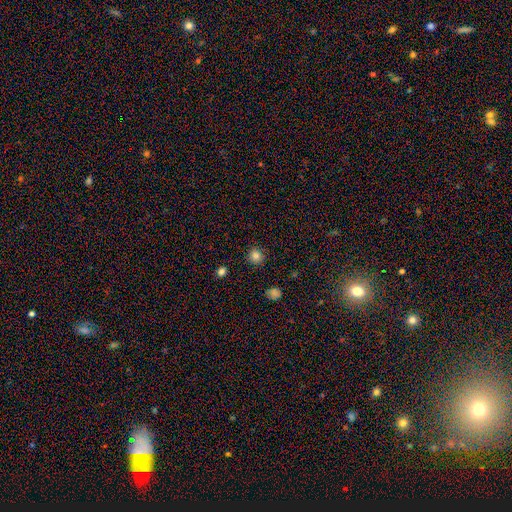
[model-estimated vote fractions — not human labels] Smooth or featured? Predicted: smooth (p=0.82). How rounded? Predicted: round (p=0.92). Merging? Predicted: none (p=0.90).